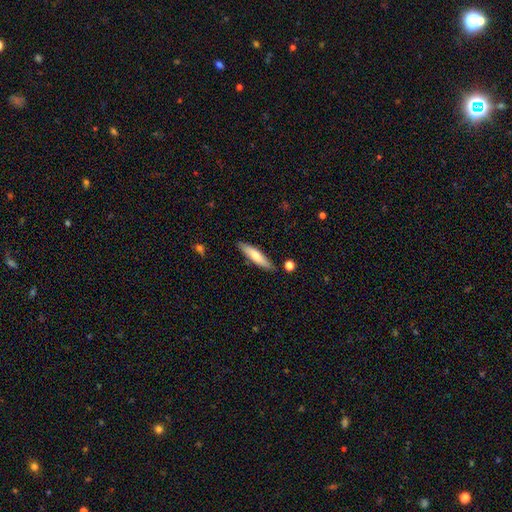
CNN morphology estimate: Smooth or featured? smooth (69%)
How rounded? cigar-shaped (78%)
Merging? none (85%)